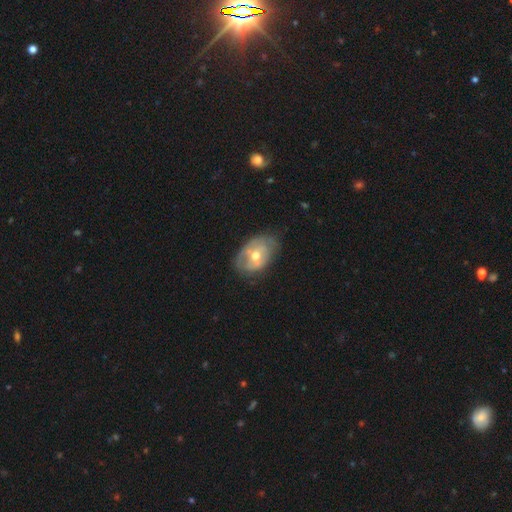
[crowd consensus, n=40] A featured or disk galaxy (52%) with no bar (74%), no spiral arms (74%) and a moderate central bulge (84%).

Vote fractions:
- Smooth or featured? featured or disk: 52% / smooth: 40% / star or artifact: 8%
- Edge-on disk? no: 90% / yes: 10%
- Bar? no: 74% / weak: 21% / strong: 5%
- Spiral arms? no: 74% / yes: 26%
- Bulge size? moderate: 84% / small: 11% / dominant: 5% / large: 0% / none: 0%
- Merging? none: 51% / minor disturbance: 32% / merger: 11% / major disturbance: 5%